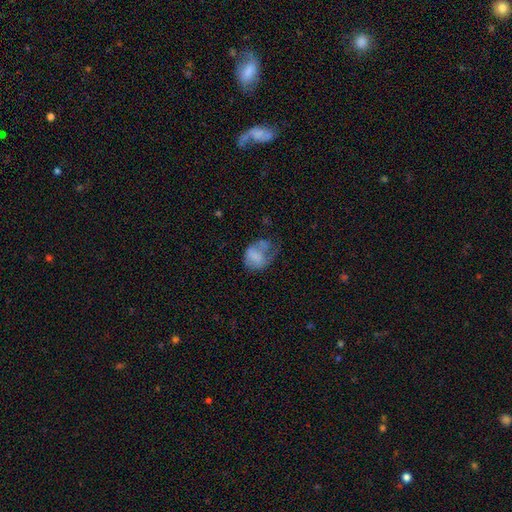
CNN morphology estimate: This is likely a smooth galaxy (62%). How rounded: possibly in between (59%). Merging: marginally major disturbance (42%).